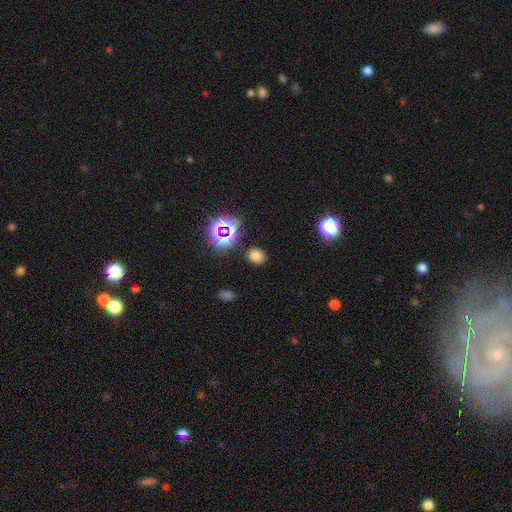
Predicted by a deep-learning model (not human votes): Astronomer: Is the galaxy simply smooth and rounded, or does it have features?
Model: smooth — 71%.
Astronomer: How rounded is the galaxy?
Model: round — 61% (runner-up: in between, 38%).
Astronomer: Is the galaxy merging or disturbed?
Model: none — 86%.